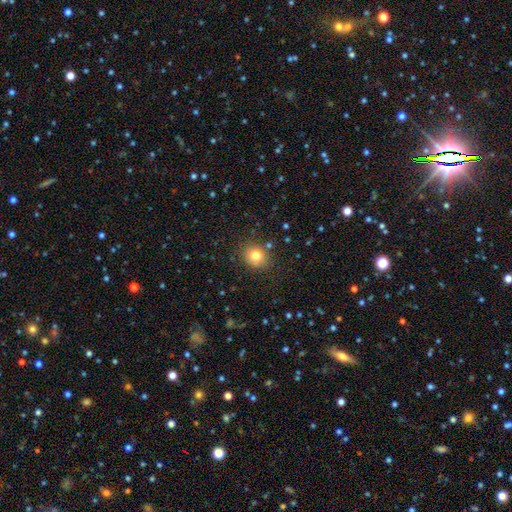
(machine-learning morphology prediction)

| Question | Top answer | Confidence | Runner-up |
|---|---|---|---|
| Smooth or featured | smooth | 79% | star or artifact (12%) |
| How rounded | round | 72% | in between (27%) |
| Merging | none | 85% | minor disturbance (9%) |